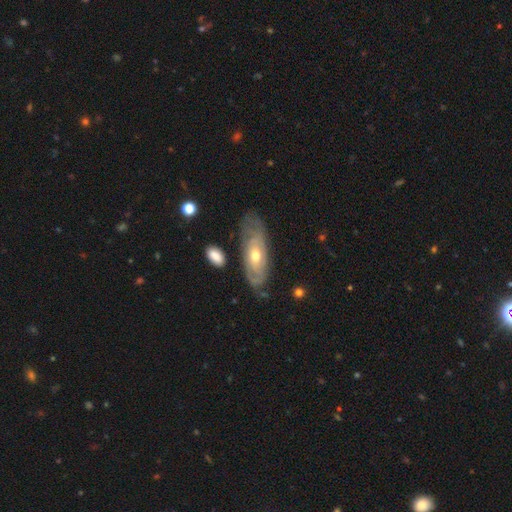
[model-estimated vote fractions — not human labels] A featured or disk galaxy (70%) with no bar (79%), spiral arms (65%) and a moderate central bulge (55%).

Vote fractions:
- Smooth or featured? featured or disk: 70% / smooth: 23% / star or artifact: 7%
- Edge-on disk? no: 80% / yes: 20%
- Bar? no: 79% / weak: 17% / strong: 5%
- Spiral arms? yes: 65% / no: 35%
- Bulge size? moderate: 55% / small: 42% / large: 2% / none: 1% / dominant: 1%
- Merging? none: 72% / minor disturbance: 19% / major disturbance: 6% / merger: 3%